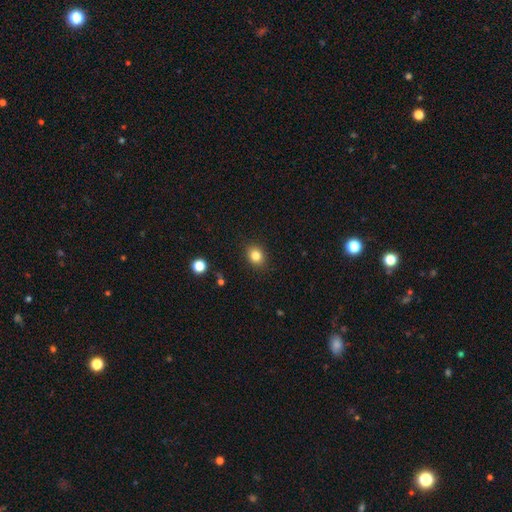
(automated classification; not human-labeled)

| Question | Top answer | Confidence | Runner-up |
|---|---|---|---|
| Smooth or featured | smooth | 83% | star or artifact (11%) |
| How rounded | round | 60% | in between (39%) |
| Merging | none | 89% | minor disturbance (8%) |